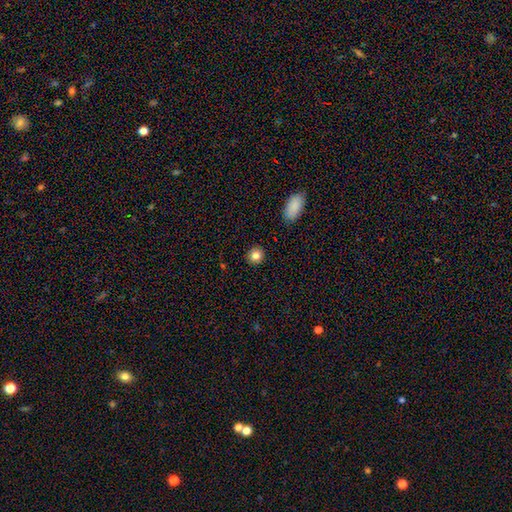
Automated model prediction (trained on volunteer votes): smooth-or-featured: smooth: 83% | star or artifact: 10% | featured or disk: 7%
  how-rounded: round: 81% | in between: 18% | cigar-shaped: 1%
  merging: none: 90% | minor disturbance: 6% | major disturbance: 2% | merger: 1%